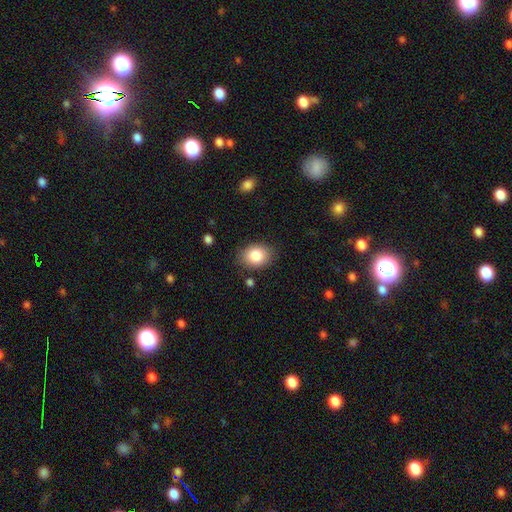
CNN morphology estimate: type=smooth (85%); roundness=in between (60%); merging=none (83%).